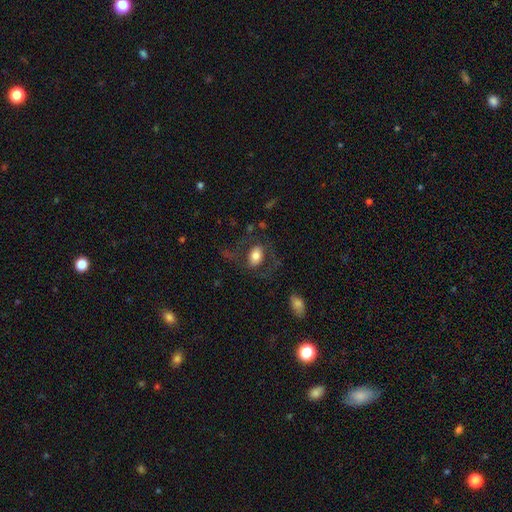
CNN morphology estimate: This is likely a smooth galaxy (64%). How rounded: clearly in between (80%). Merging: likely none (64%).